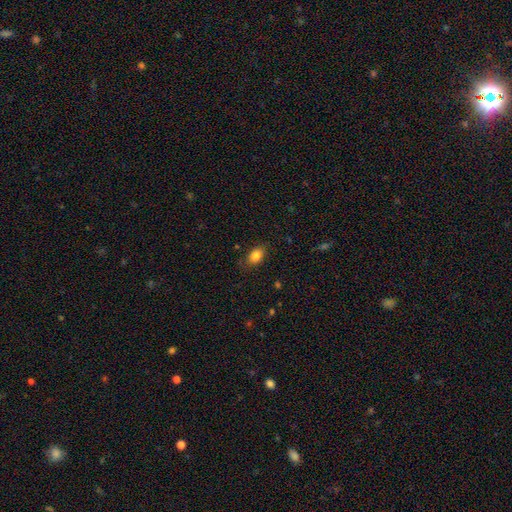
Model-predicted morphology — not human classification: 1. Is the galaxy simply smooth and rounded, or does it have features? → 84% smooth, 9% star or artifact, 7% featured or disk.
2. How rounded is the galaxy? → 81% in between, 17% round, 2% cigar-shaped.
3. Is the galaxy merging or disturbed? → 80% none, 16% minor disturbance, 4% major disturbance, 1% merger.